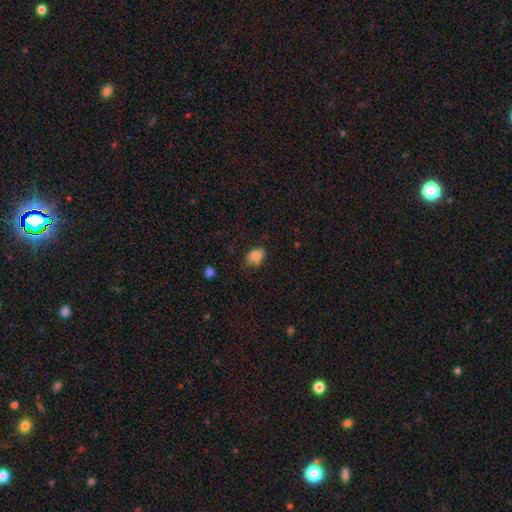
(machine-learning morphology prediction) A smooth galaxy with no disk features (77%) that is in between round and cigar-shaped (70%). Merging: none (55%).